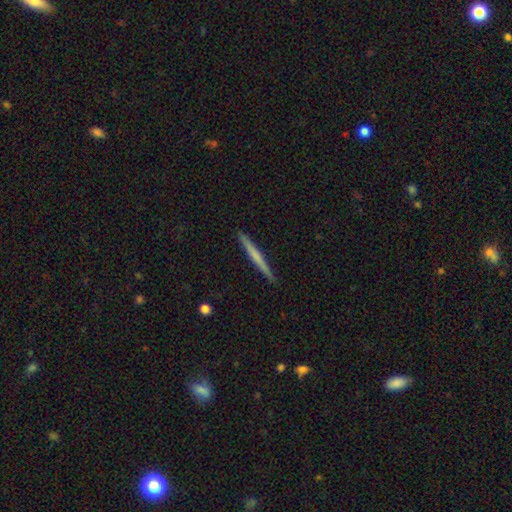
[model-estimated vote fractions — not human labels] The model was most divided on "smooth or featured": smooth: 48%, featured or disk: 47%, star or artifact: 5%. More confident: merging — none (92%).